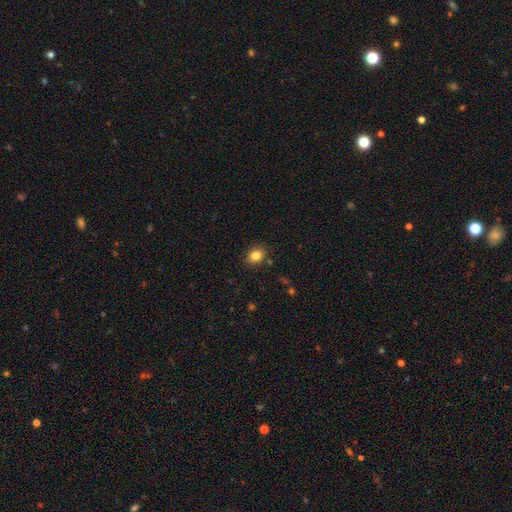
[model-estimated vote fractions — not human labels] Smooth or featured? Predicted: smooth (p=0.84). How rounded? Predicted: round (p=0.51). Merging? Predicted: none (p=0.87).